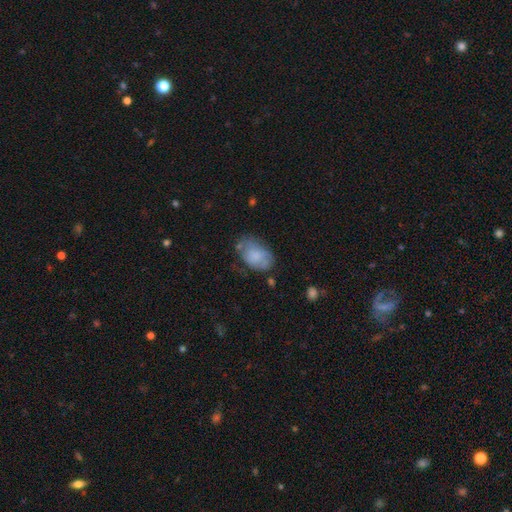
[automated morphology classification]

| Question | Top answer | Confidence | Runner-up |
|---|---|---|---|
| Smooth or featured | smooth | 70% | featured or disk (23%) |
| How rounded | in between | 88% | round (10%) |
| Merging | none | 55% | minor disturbance (29%) |